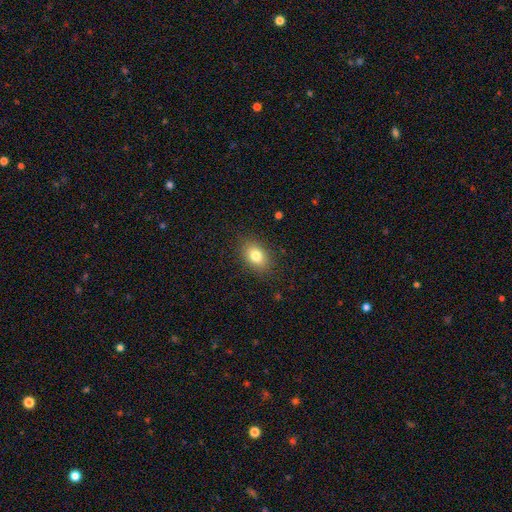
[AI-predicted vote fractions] smooth 81%, featured or disk 10%, star or artifact 10%. Down the decision tree: how rounded — in between (80%); merging — none (86%).